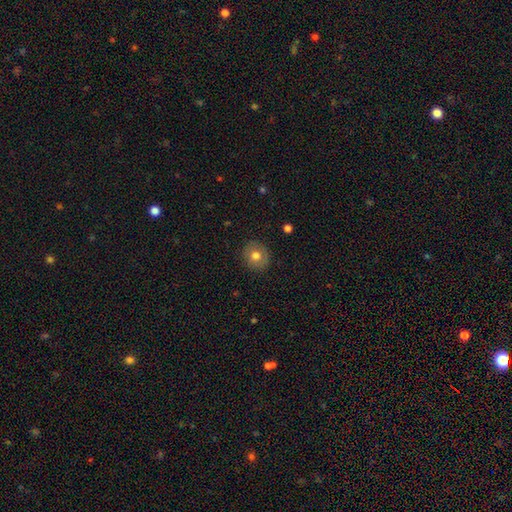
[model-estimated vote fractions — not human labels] Q: Smooth or featured?
A: smooth (73%); runner-up: featured or disk (18%)
Q: How rounded?
A: round (82%); runner-up: in between (18%)
Q: Merging?
A: none (88%); runner-up: minor disturbance (9%)